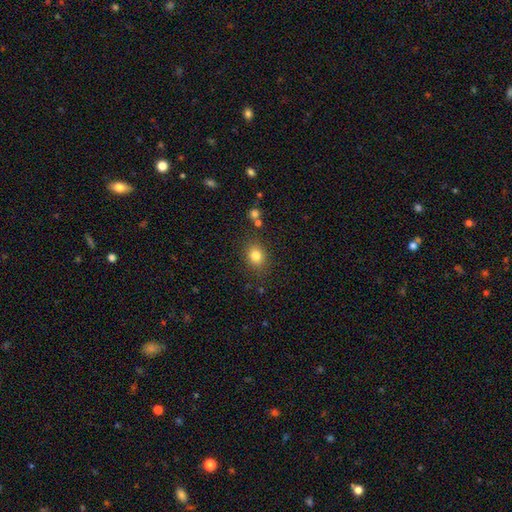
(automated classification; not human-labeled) Q: Smooth or featured?
A: smooth (81%); runner-up: star or artifact (11%)
Q: How rounded?
A: round (52%); runner-up: in between (47%)
Q: Merging?
A: none (81%); runner-up: minor disturbance (11%)